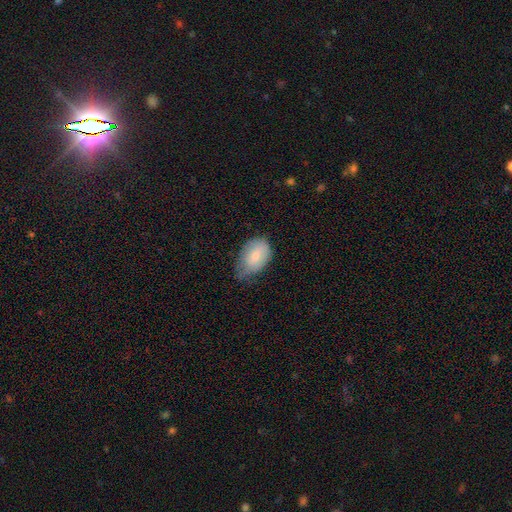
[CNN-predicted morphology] Q: Smooth or featured?
A: smooth (77%); runner-up: featured or disk (17%)
Q: How rounded?
A: in between (87%); runner-up: round (12%)
Q: Merging?
A: minor disturbance (46%); runner-up: none (42%)